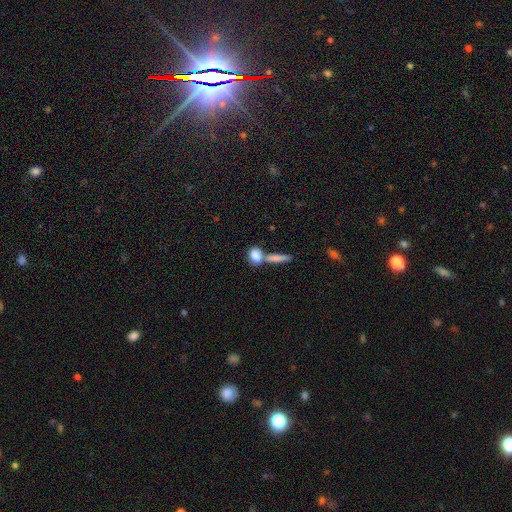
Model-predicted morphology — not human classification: Smooth or featured? smooth (82%)
How rounded? in between (66%)
Merging? merger (45%)